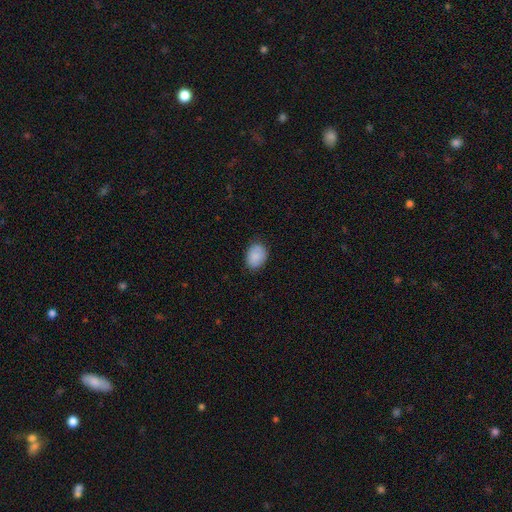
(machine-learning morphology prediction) Smooth or featured?
  - smooth: 87% *
  - star or artifact: 7%
  - featured or disk: 5%
How rounded?
  - in between: 62% *
  - round: 37%
  - cigar-shaped: 1%
Merging?
  - none: 82% *
  - minor disturbance: 14%
  - major disturbance: 3%
  - merger: 1%